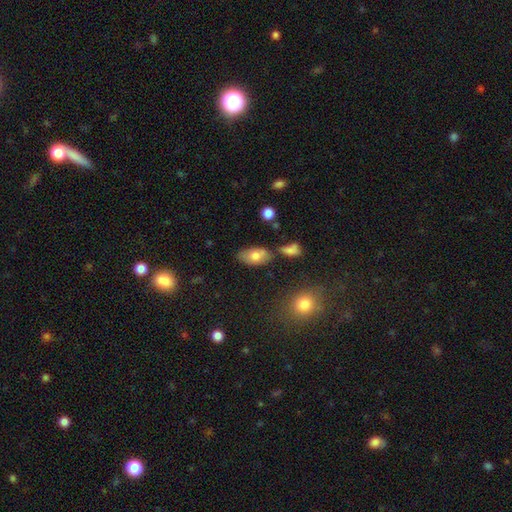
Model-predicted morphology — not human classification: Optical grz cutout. It shows a smooth galaxy with no disk features (73%) that is in between round and cigar-shaped (92%). Merging: none (69%).